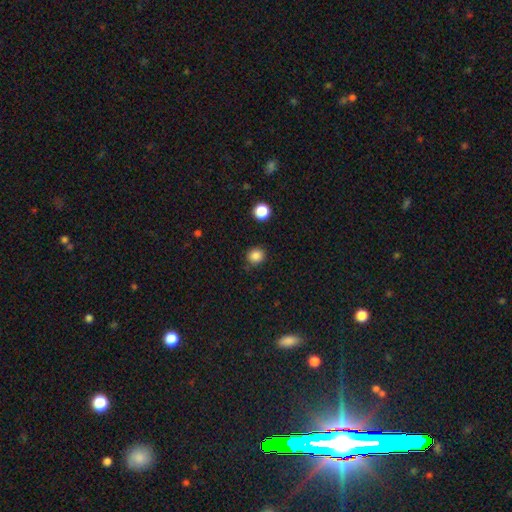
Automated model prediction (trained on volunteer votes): This appears to be a smooth galaxy with no disk features (86%) that is round (88%). Merging: none (86%).